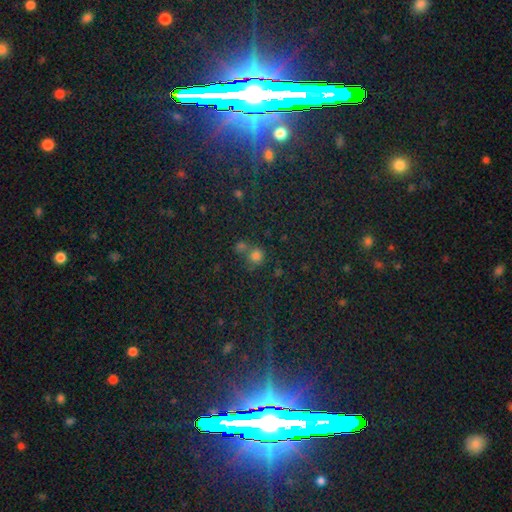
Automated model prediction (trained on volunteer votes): Smooth or featured: smooth — 73% (star or artifact — 20%)
How rounded: round — 87% (in between — 12%)
Merging: none — 50% (merger — 36%)